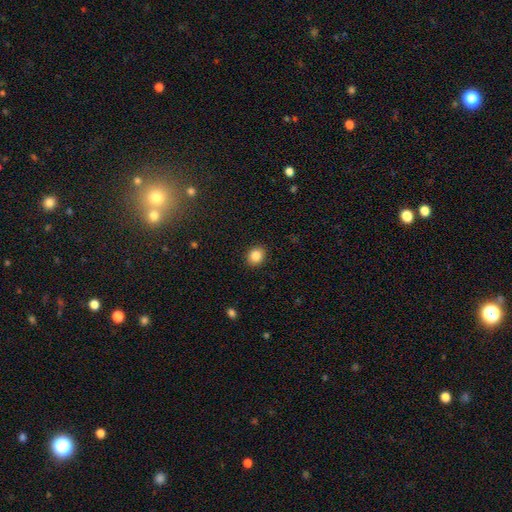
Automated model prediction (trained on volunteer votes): Q: Smooth or featured?
A: smooth (85%); runner-up: star or artifact (9%)
Q: How rounded?
A: round (66%); runner-up: in between (34%)
Q: Merging?
A: none (90%); runner-up: minor disturbance (7%)